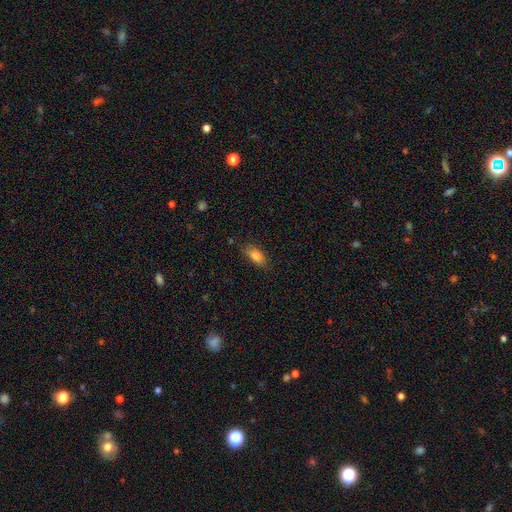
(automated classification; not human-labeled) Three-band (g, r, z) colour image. It shows a smooth galaxy with no disk features (83%) that is in between round and cigar-shaped (86%). Merging: none (80%).